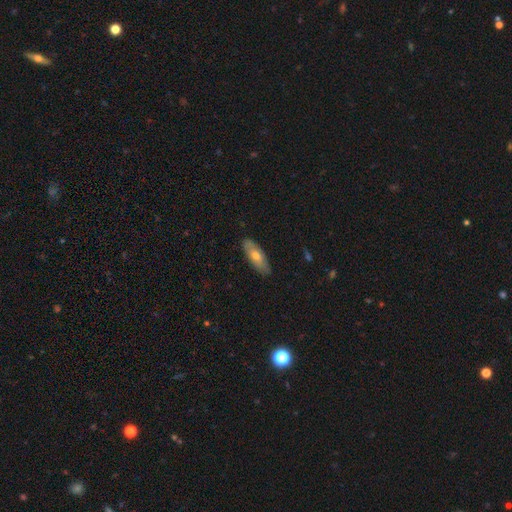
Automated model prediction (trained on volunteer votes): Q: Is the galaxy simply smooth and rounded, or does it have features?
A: smooth — 60%.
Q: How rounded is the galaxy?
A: in between — 72%.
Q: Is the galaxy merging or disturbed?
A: none — 85%.